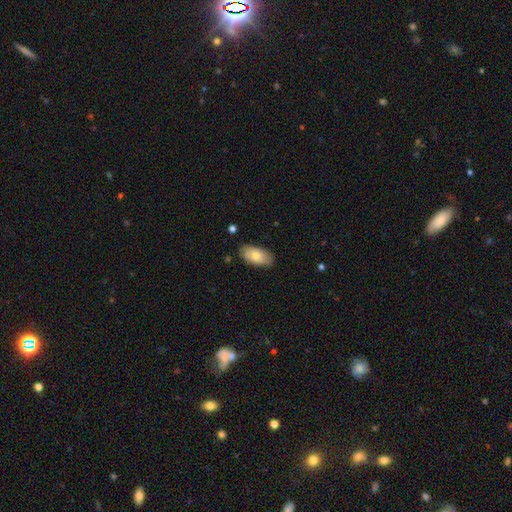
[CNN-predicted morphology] This is likely a smooth galaxy (75%). How rounded: clearly in between (94%). Merging: clearly none (82%).